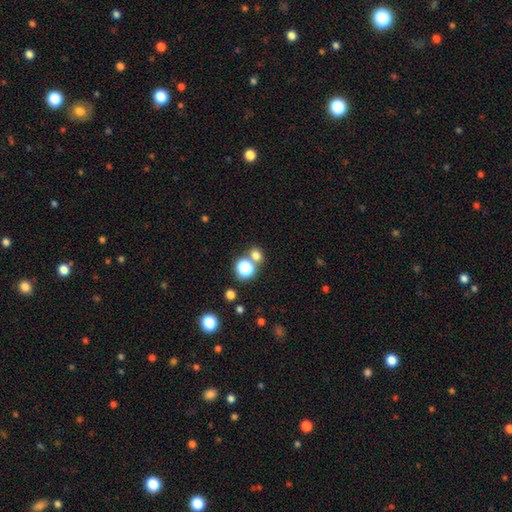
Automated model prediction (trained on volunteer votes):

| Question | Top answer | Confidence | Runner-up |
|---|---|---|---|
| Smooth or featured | smooth | 71% | star or artifact (23%) |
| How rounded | round | 68% | in between (31%) |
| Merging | none | 64% | merger (24%) |